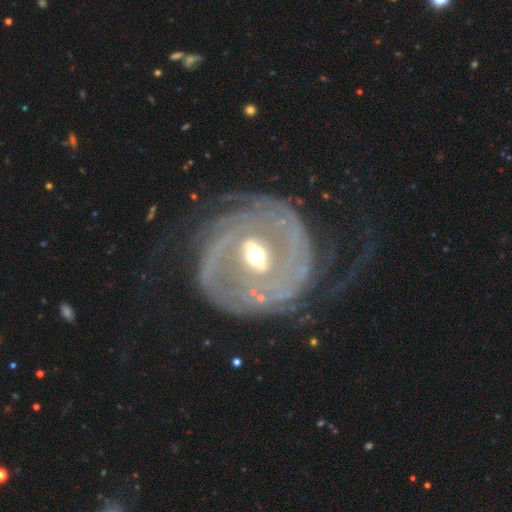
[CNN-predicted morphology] type=featured or disk (88%); edge-on=no (92%); bar=strong (52%); spiral arms=yes (80%); winding=tight (64%); arm count=2 (39%); bulge=moderate (64%); merging=none (72%).